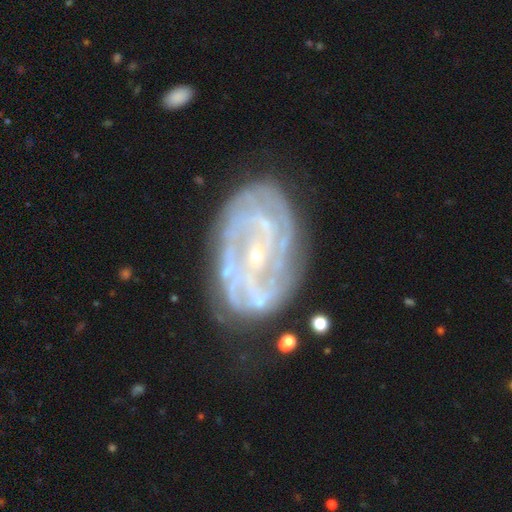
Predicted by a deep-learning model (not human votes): Smooth or featured: featured or disk — 87% (smooth — 7%)
Edge-on disk: no — 96% (yes — 4%)
Bar: no — 51% (weak — 32%)
Spiral arms: yes — 94% (no — 6%)
Spiral winding: tight — 63% (medium — 29%)
Spiral arm count: can't tell — 28% (2 — 27%)
Bulge size: small — 82% (moderate — 14%)
Merging: none — 70% (minor disturbance — 20%)